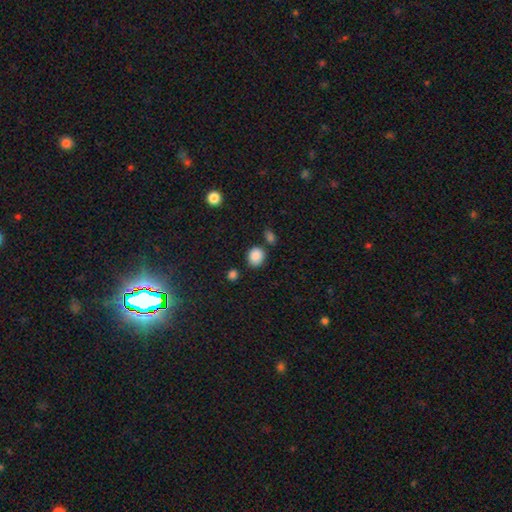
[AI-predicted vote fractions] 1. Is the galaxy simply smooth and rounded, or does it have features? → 87% smooth, 9% star or artifact, 4% featured or disk.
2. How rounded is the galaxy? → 64% round, 35% in between, 1% cigar-shaped.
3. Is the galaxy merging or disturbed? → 77% none, 12% minor disturbance, 8% merger, 3% major disturbance.